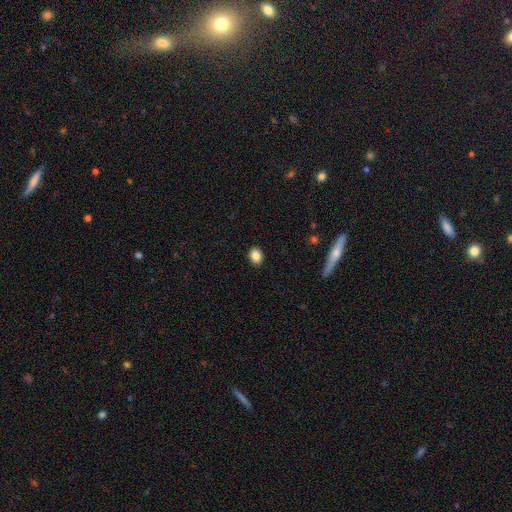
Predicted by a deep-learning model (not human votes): Morphology: type=smooth (86%); roundness=in between (58%); merging=none (90%).